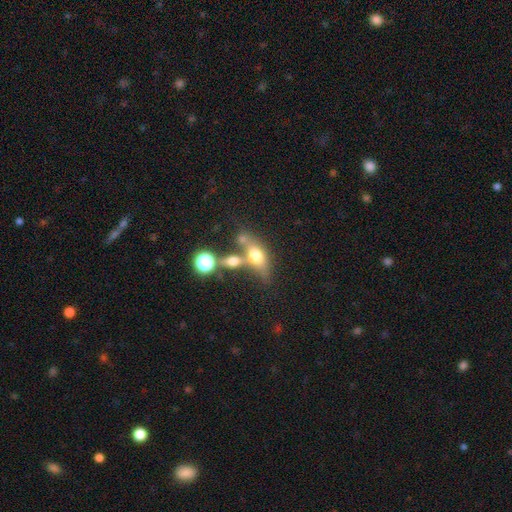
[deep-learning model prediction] Morphology: type=smooth (56%); roundness=in between (65%); merging=merger (49%).